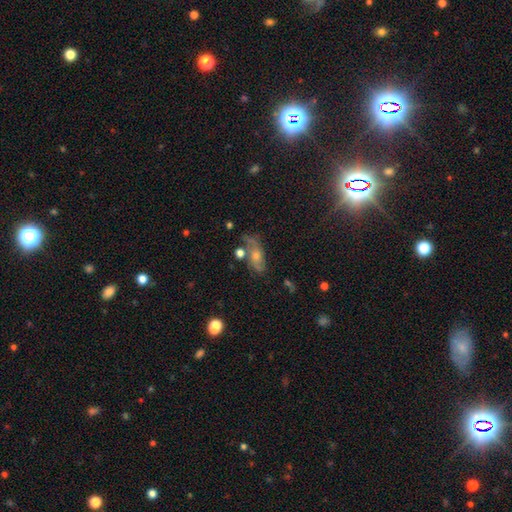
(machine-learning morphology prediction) smooth-or-featured: featured or disk: 49% | smooth: 29% | star or artifact: 22%
  merging: none: 53% | minor disturbance: 21% | major disturbance: 15% | merger: 11%